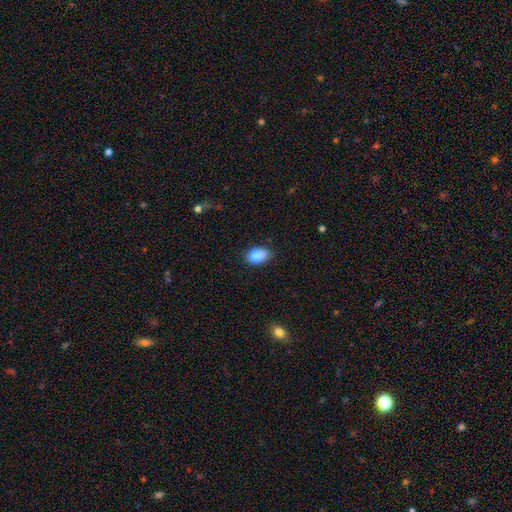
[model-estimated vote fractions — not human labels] This is clearly a smooth galaxy (83%). How rounded: clearly in between (83%). Merging: likely none (73%).